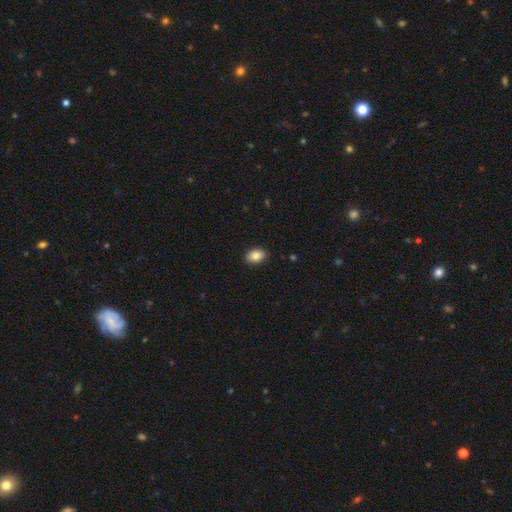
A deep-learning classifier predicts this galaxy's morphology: This appears to be a smooth galaxy with no disk features (86%) that is in between round and cigar-shaped (80%). Merging: none (90%).